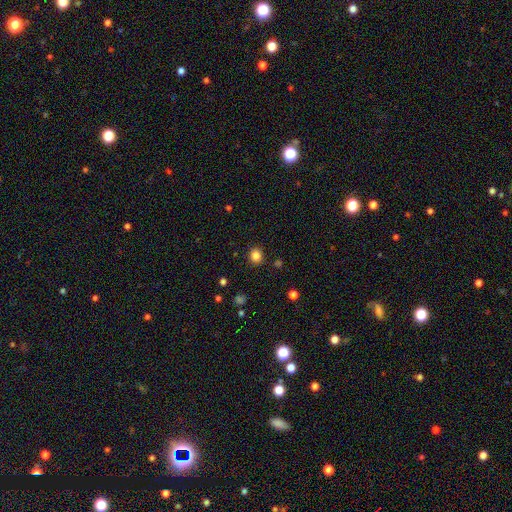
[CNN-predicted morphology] type=smooth (84%); roundness=round (79%); merging=none (88%).